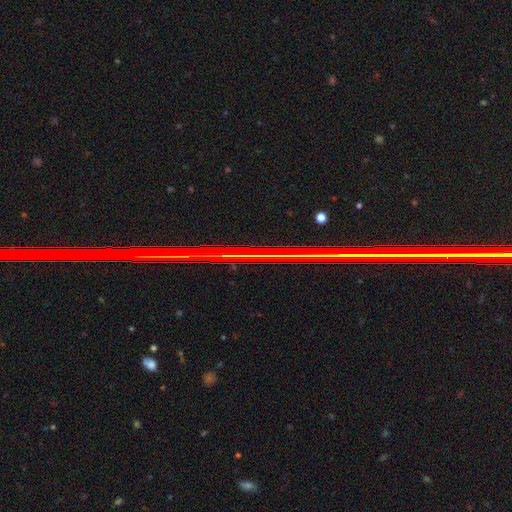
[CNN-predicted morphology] The model was most divided on "smooth or featured": star or artifact: 75%, featured or disk: 14%, smooth: 11%.